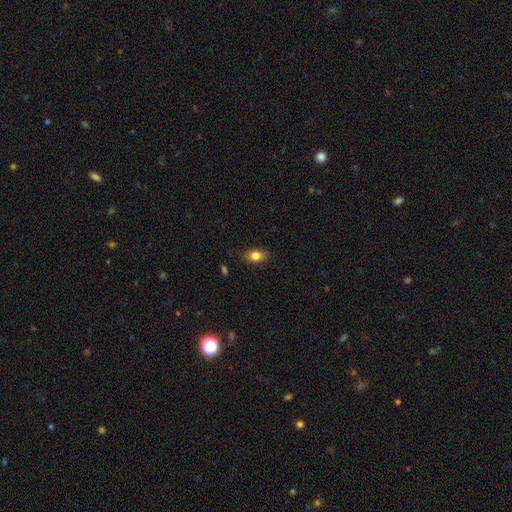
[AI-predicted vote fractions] Q: Smooth or featured?
A: smooth (79%); runner-up: featured or disk (12%)
Q: How rounded?
A: in between (83%); runner-up: round (13%)
Q: Merging?
A: none (84%); runner-up: minor disturbance (12%)